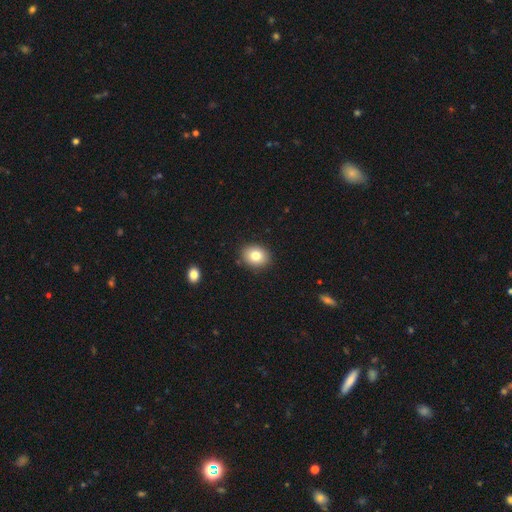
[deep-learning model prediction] The model was most divided on "how rounded": round: 51%, in between: 48%, cigar-shaped: 1%. More confident: merging — none (89%); smooth or featured — smooth (81%).